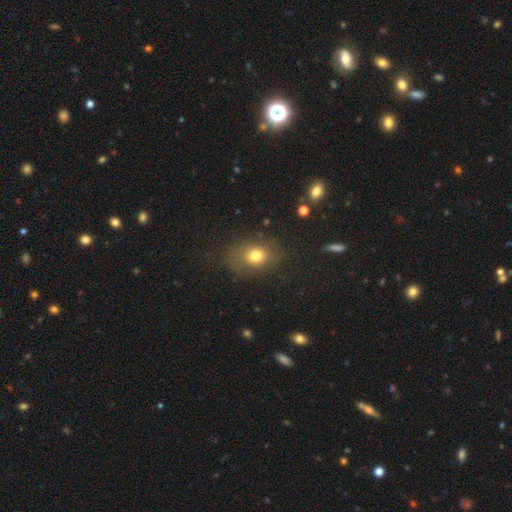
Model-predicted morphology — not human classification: Smooth or featured? smooth (75%)
How rounded? in between (51%)
Merging? none (76%)